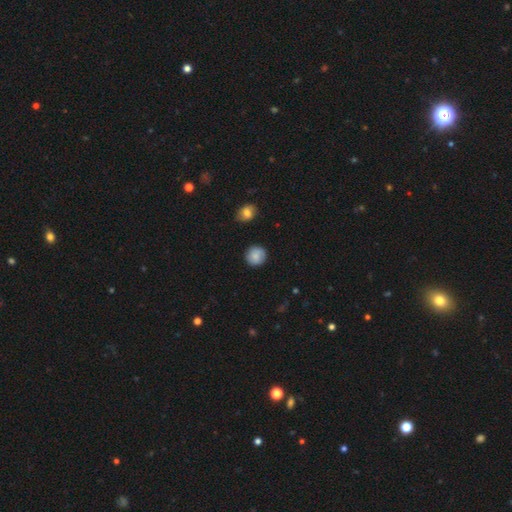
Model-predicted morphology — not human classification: smooth_or_featured: smooth (p=0.82) [alt: featured or disk p=0.10]
how_rounded: round (p=0.90) [alt: in between p=0.09]
merging: none (p=0.86) [alt: minor disturbance p=0.10]